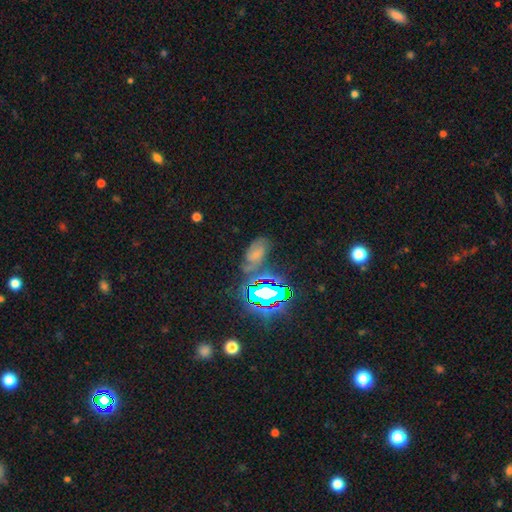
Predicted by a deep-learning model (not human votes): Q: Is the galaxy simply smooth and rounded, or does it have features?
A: star or artifact — 40%.